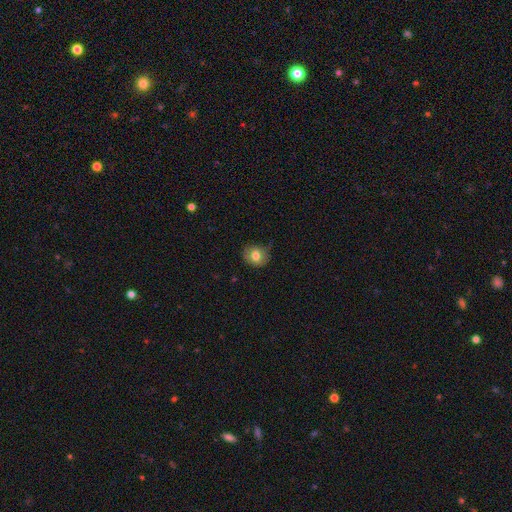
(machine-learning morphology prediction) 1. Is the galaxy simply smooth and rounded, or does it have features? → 76% smooth, 14% featured or disk, 9% star or artifact.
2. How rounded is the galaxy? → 67% round, 32% in between, 1% cigar-shaped.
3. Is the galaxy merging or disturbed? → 73% none, 21% minor disturbance, 4% major disturbance, 1% merger.